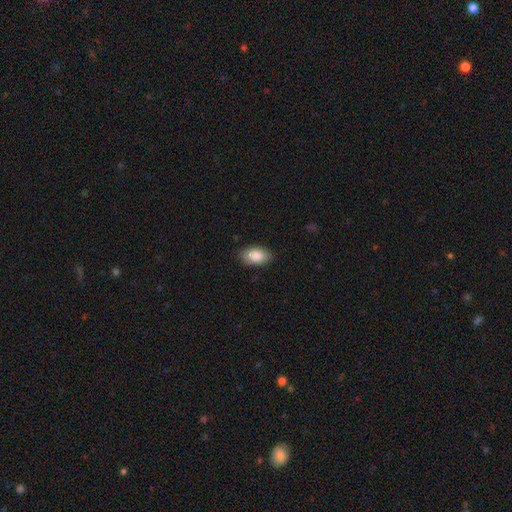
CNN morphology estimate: smooth_or_featured: smooth (p=0.88) [alt: star or artifact p=0.06]
how_rounded: in between (p=0.94) [alt: round p=0.04]
merging: none (p=0.86) [alt: minor disturbance p=0.11]